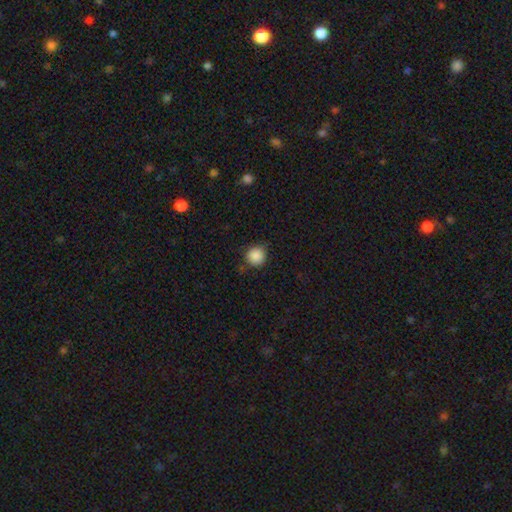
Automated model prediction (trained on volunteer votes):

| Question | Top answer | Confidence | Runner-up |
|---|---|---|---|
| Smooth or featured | smooth | 88% | star or artifact (9%) |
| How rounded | round | 93% | in between (6%) |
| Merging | none | 83% | minor disturbance (12%) |